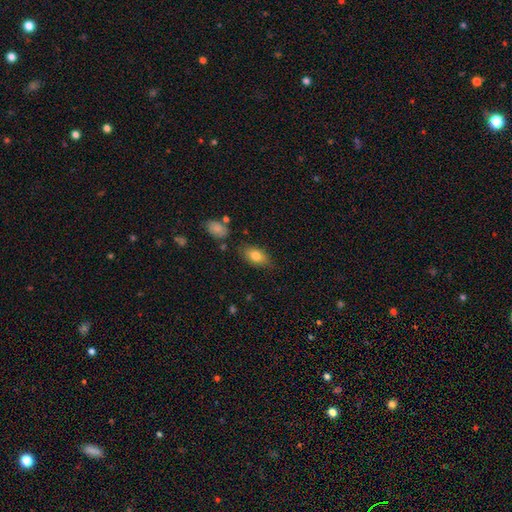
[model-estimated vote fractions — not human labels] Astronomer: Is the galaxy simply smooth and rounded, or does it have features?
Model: smooth — 81%.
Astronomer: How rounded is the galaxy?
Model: in between — 89%.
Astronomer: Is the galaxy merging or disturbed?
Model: none — 77%.